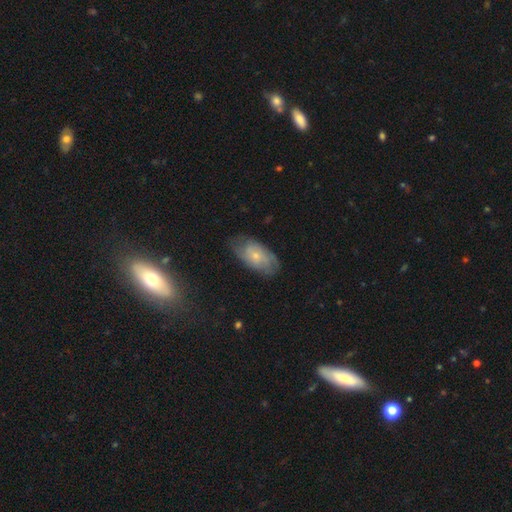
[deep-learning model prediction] smooth 47%, featured or disk 46%, star or artifact 7%. Down the decision tree: merging — none (68%).